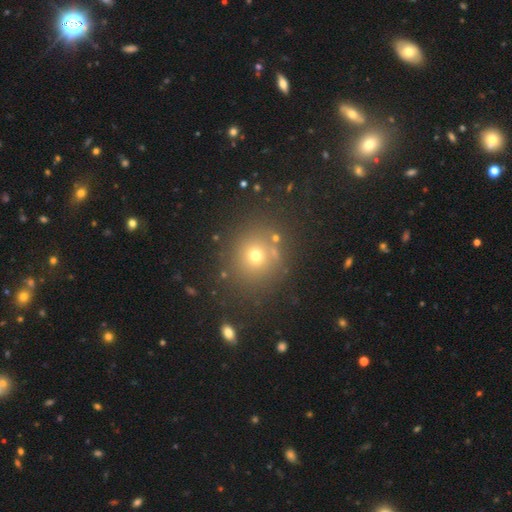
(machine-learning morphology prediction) The model was most divided on "smooth or featured": smooth: 66%, star or artifact: 22%, featured or disk: 12%. More confident: how rounded — round (88%); merging — none (80%).